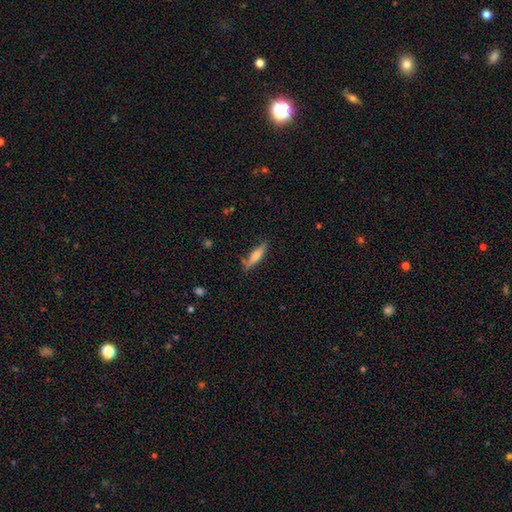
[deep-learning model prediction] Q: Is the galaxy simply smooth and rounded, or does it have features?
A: smooth — 58%.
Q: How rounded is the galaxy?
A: cigar-shaped — 70%.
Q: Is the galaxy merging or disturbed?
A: none — 74%.